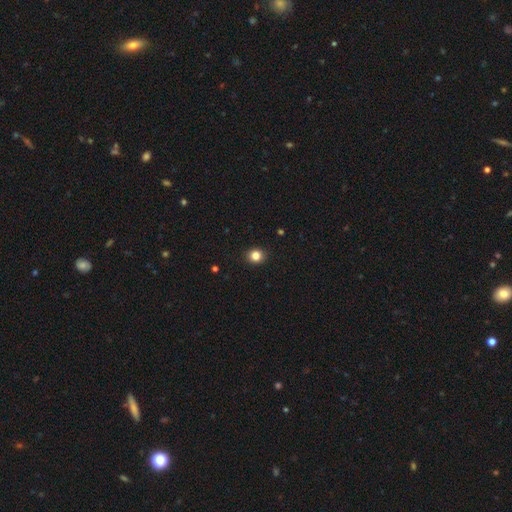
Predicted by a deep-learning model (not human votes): Smooth or featured? Predicted: smooth (p=0.83). How rounded? Predicted: round (p=0.82). Merging? Predicted: none (p=0.92).